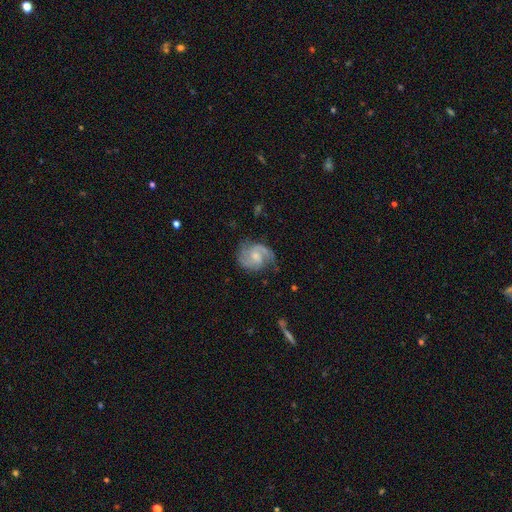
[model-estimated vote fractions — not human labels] A featured or disk galaxy (84%) with no bar (52%), 2 (82%) medium (51%) spiral arms (96%) and a small central bulge (43%, tied with moderate).

Vote fractions:
- Smooth or featured? featured or disk: 84% / smooth: 11% / star or artifact: 5%
- Edge-on disk? no: 98% / yes: 2%
- Bar? no: 52% / weak: 42% / strong: 6%
- Spiral arms? yes: 96% / no: 4%
- Spiral winding? medium: 51% / tight: 31% / loose: 18%
- Spiral arm count? 2: 82% / can't tell: 7% / 3: 5% / 1: 3% / 4: 2% / more than 4: 1%
- Bulge size? small: 43% (tied) / moderate: 43% (tied) / none: 10% / large: 4% / dominant: 1%
- Merging? none: 69% / minor disturbance: 21% / major disturbance: 9% / merger: 2%